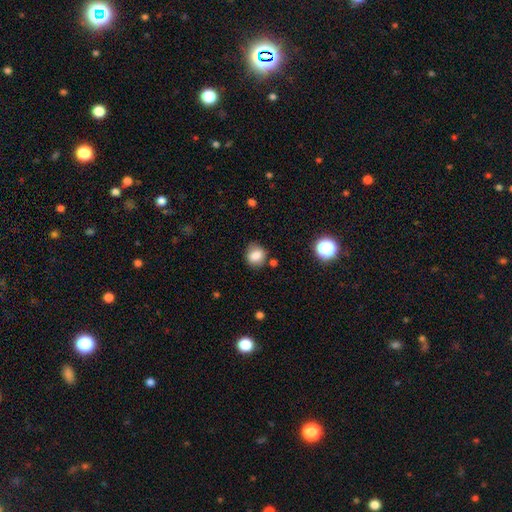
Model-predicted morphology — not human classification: Smooth or featured? smooth (80%)
How rounded? round (71%)
Merging? none (76%)